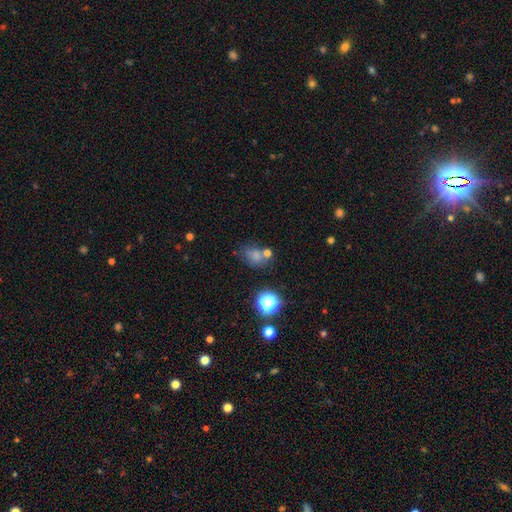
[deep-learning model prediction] smooth-or-featured: smooth: 66% | star or artifact: 22% | featured or disk: 13%
  how-rounded: in between: 62% | round: 36% | cigar-shaped: 2%
  merging: none: 50% | minor disturbance: 21% | merger: 18% | major disturbance: 11%